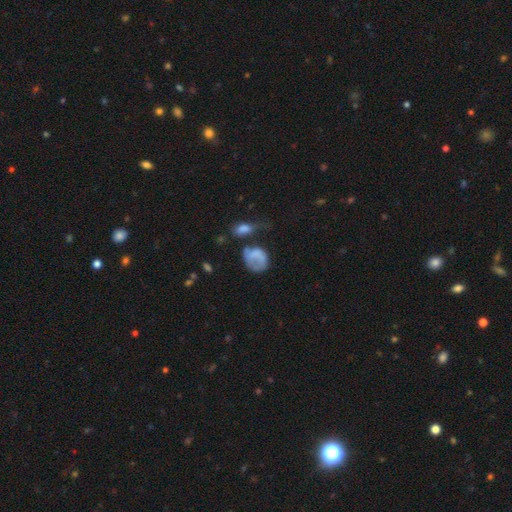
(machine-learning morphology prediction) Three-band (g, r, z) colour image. It shows a smooth galaxy with no disk features (64%) that is in between round and cigar-shaped (51%). Merging: major disturbance (32%).